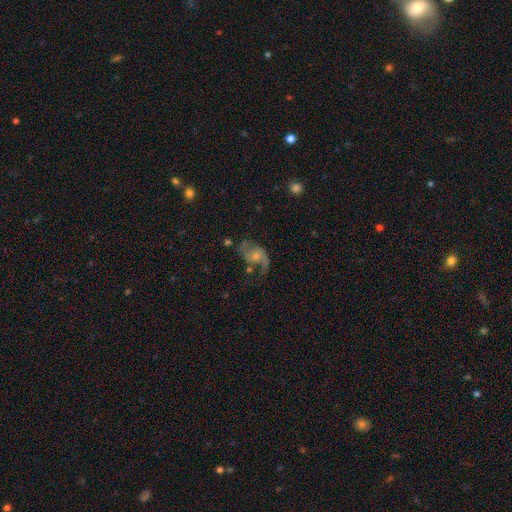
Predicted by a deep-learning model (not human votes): Overall: featured or disk (77%). Edge-on disk: no (97%). Bar: no (66%; weak 30%). Spiral arms: yes (91%). Spiral arm count: 2 (74%). Spiral winding: loose (55%; medium 36%). Bulge size: moderate (43%; small 42%). Merging: none (43%; major disturbance 30%).